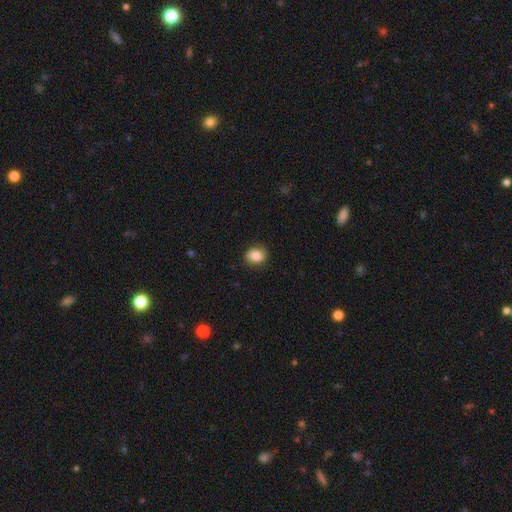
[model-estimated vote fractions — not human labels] Smooth or featured: smooth — 77% (featured or disk — 14%)
How rounded: round — 60% (in between — 39%)
Merging: none — 81% (minor disturbance — 14%)